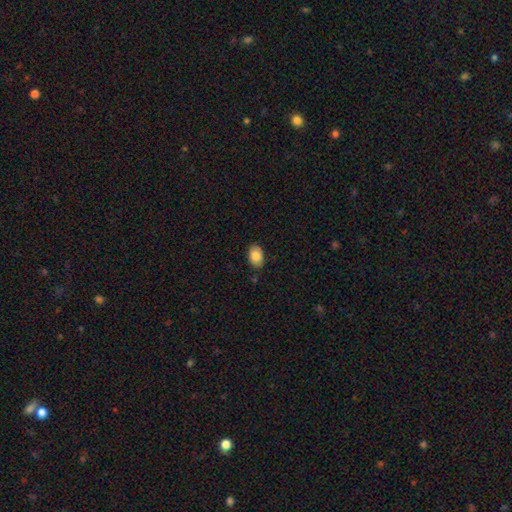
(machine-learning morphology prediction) smooth-or-featured: smooth: 85% | star or artifact: 7% | featured or disk: 7%
  how-rounded: in between: 85% | round: 14% | cigar-shaped: 1%
  merging: none: 83% | minor disturbance: 13% | major disturbance: 2% | merger: 2%